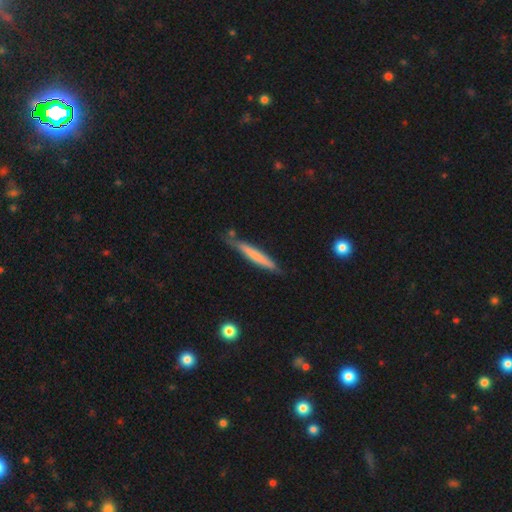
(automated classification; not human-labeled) Q: Smooth or featured?
A: smooth (63%); runner-up: featured or disk (31%)
Q: How rounded?
A: cigar-shaped (95%); runner-up: in between (3%)
Q: Merging?
A: none (77%); runner-up: minor disturbance (17%)